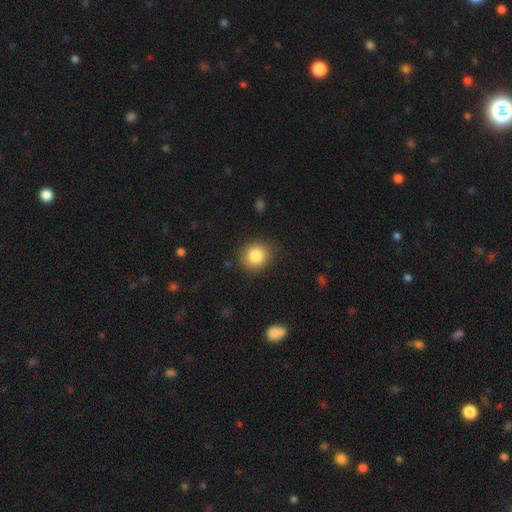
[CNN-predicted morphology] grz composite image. It shows a smooth galaxy with no disk features (83%) that is round (82%). Merging: none (88%).